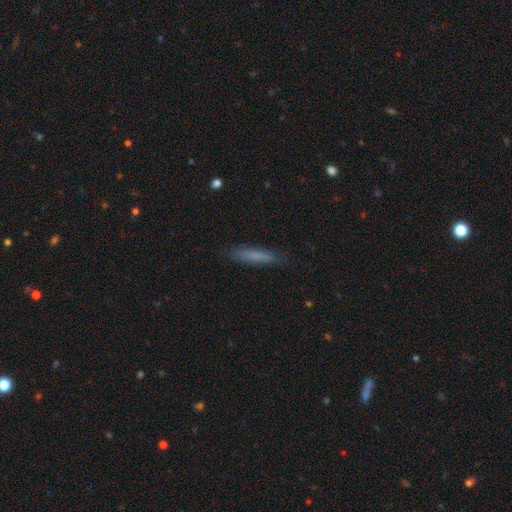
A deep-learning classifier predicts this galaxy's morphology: The model was most divided on "smooth or featured": smooth: 73%, featured or disk: 19%, star or artifact: 8%. More confident: how rounded — cigar-shaped (90%); merging — none (85%).